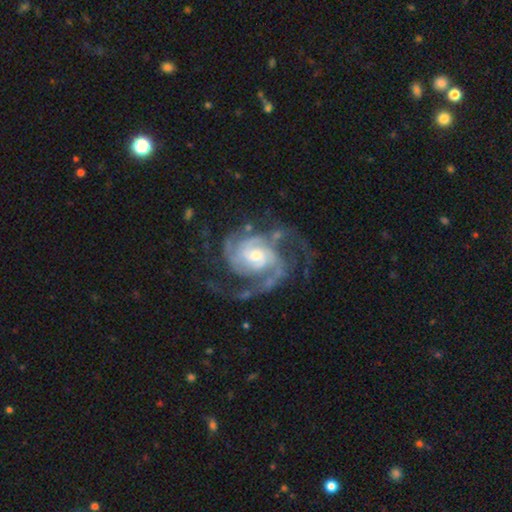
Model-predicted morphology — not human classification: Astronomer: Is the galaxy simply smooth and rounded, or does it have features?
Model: featured or disk — 92%.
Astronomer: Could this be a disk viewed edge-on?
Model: no — 98%.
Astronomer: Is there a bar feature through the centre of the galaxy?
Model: no — 55% (runner-up: weak, 35%).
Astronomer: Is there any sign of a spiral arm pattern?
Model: yes — 98%.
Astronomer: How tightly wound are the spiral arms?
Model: tight — 46% (runner-up: medium, 43%).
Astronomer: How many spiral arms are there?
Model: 2 — 36% (runner-up: 3, 30%).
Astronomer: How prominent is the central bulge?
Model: moderate — 51% (runner-up: small, 40%).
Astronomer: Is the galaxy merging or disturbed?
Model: none — 61%.